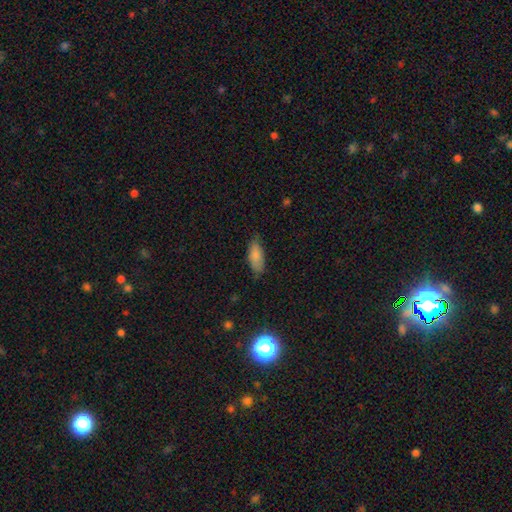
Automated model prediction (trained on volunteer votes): Smooth or featured? Predicted: smooth (p=0.84). How rounded? Predicted: in between (p=0.78). Merging? Predicted: none (p=0.71).